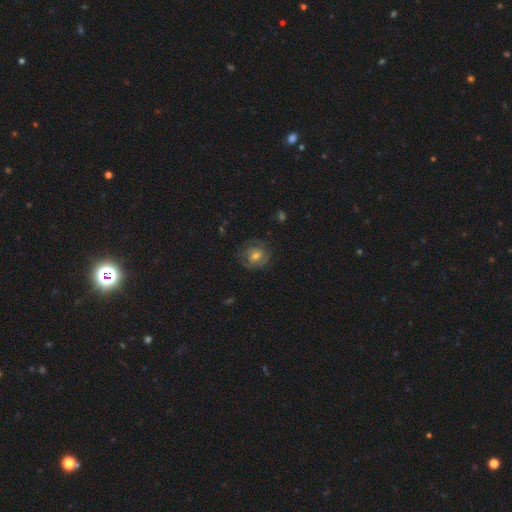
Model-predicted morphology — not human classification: The model was most divided on "smooth or featured": featured or disk: 52%, smooth: 38%, star or artifact: 10%. More confident: edge-on disk — no (97%); spiral arms — yes (72%); merging — none (70%); bar — no (67%); bulge size — moderate (64%).